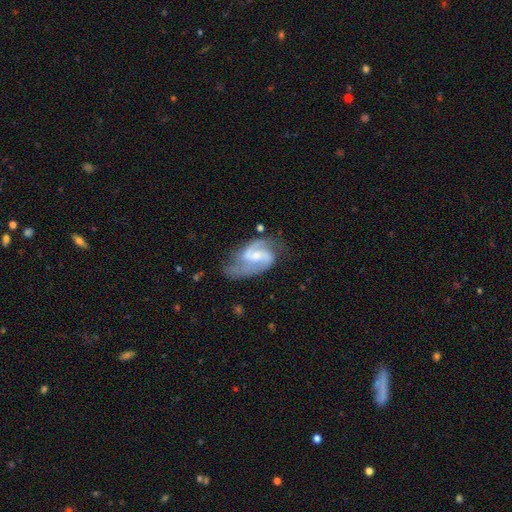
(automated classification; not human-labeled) This appears to be a featured or disk galaxy (86%) with a weak bar (52%), 2 (88%) medium (55%) spiral arms (96%) and a small central bulge (45%). Merging: none (57%).